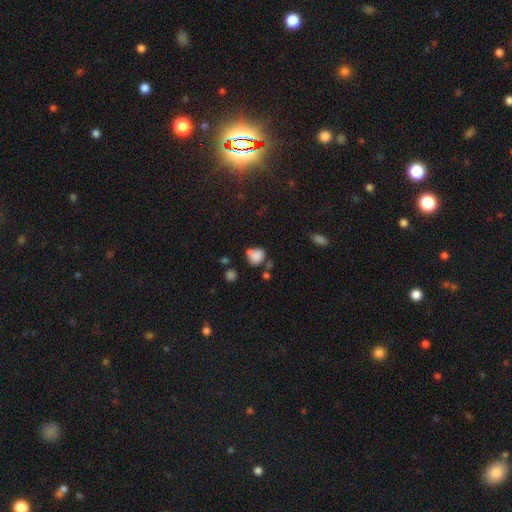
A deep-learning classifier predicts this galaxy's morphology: Smooth or featured: smooth — 79% (star or artifact — 11%)
How rounded: round — 63% (in between — 36%)
Merging: none — 45% (minor disturbance — 28%)